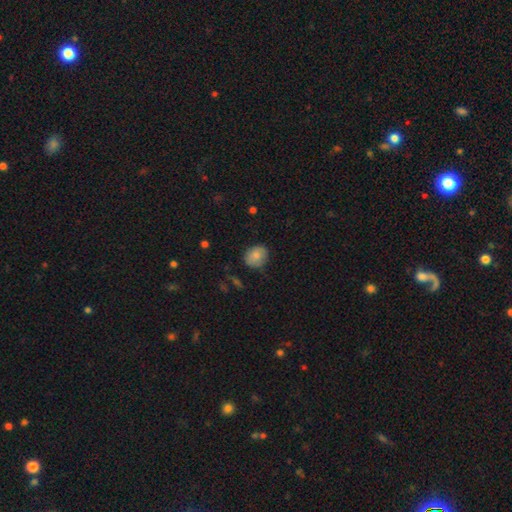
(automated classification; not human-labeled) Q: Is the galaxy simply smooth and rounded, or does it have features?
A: smooth — 79%.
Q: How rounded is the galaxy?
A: round — 60%.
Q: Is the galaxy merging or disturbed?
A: none — 76%.